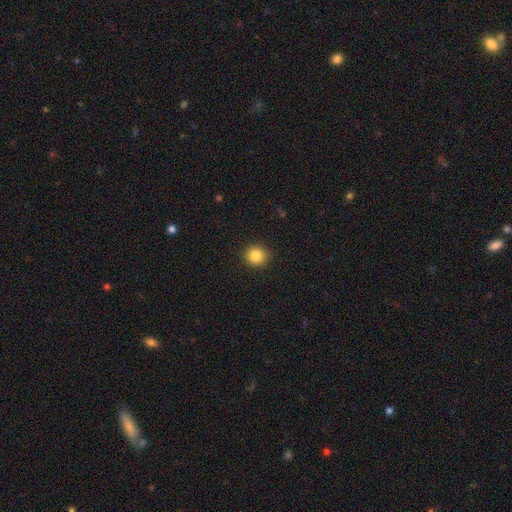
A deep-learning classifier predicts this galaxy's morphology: smooth-or-featured: smooth: 85% | star or artifact: 10% | featured or disk: 5%
  how-rounded: round: 91% | in between: 8% | cigar-shaped: 1%
  merging: none: 91% | minor disturbance: 6% | major disturbance: 2% | merger: 1%